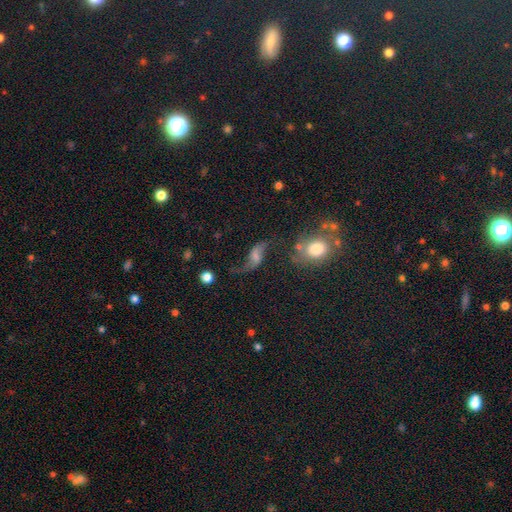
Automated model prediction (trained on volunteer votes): featured or disk 72%, smooth 16%, star or artifact 12%. Down the decision tree: edge-on disk — no (94%); bar — no (47%); spiral arms — yes (93%); spiral arm count — 2 (91%); spiral winding — loose (90%); bulge size — small (35%); merging — none (58%).